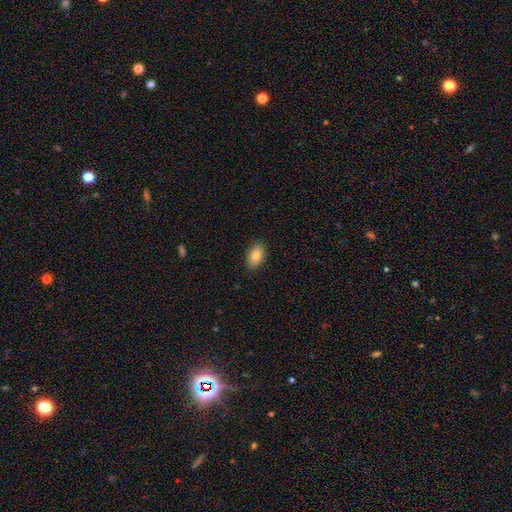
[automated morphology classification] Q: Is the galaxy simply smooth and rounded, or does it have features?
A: smooth — 84%.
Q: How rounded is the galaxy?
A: in between — 92%.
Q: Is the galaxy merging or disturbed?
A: none — 89%.